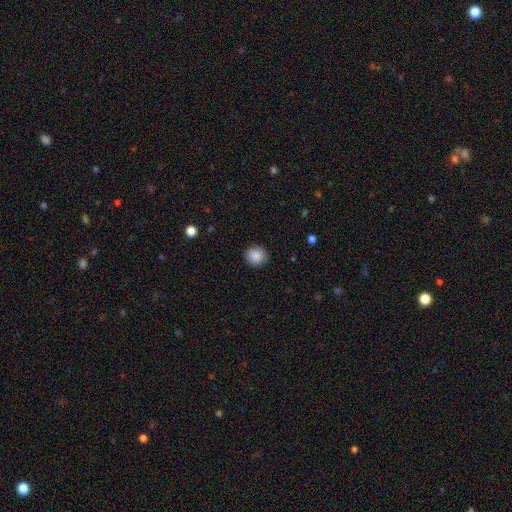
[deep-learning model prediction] Overall: smooth (88%). How rounded: round (89%). Merging: none (90%).